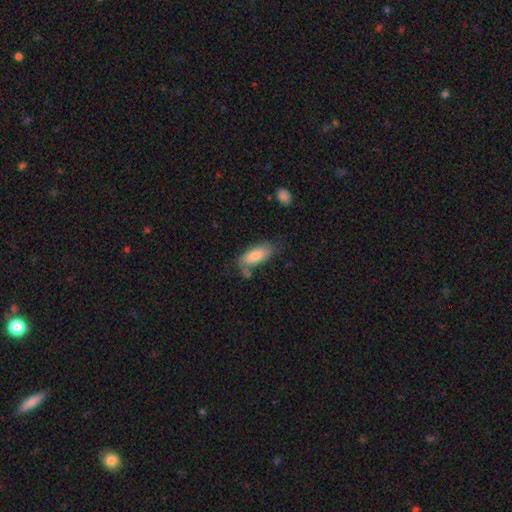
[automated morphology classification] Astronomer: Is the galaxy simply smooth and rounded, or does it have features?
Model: smooth — 79%.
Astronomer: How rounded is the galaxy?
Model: in between — 85%.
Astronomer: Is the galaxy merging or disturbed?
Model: none — 56%.